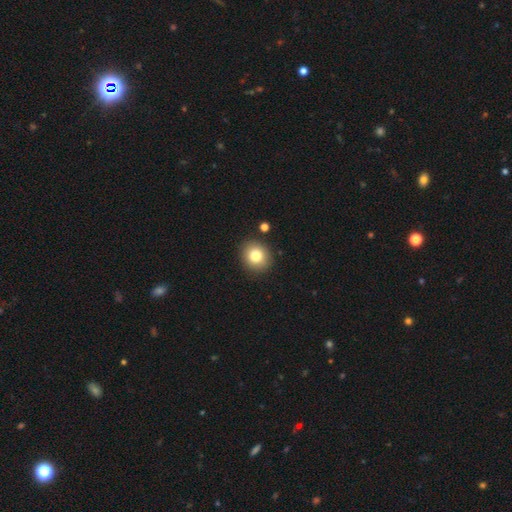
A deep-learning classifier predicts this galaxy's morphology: Smooth or featured?
  - smooth: 81% *
  - star or artifact: 10%
  - featured or disk: 8%
How rounded?
  - round: 82% *
  - in between: 17%
  - cigar-shaped: 1%
Merging?
  - none: 88% *
  - minor disturbance: 7%
  - merger: 2%
  - major disturbance: 2%